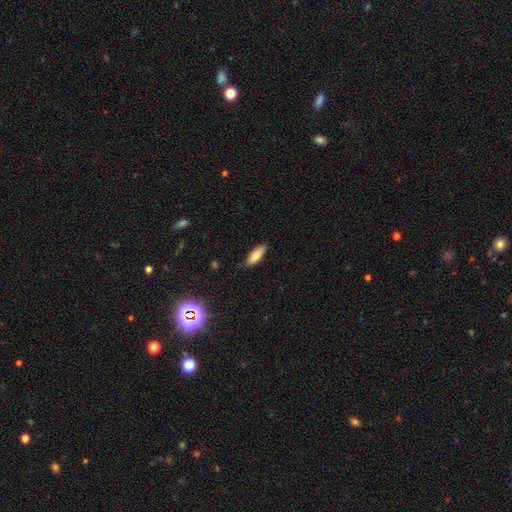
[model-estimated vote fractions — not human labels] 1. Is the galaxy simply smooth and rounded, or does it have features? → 81% smooth, 12% featured or disk, 7% star or artifact.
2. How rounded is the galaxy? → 68% in between, 30% cigar-shaped, 2% round.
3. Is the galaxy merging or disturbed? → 82% none, 14% minor disturbance, 2% major disturbance, 1% merger.